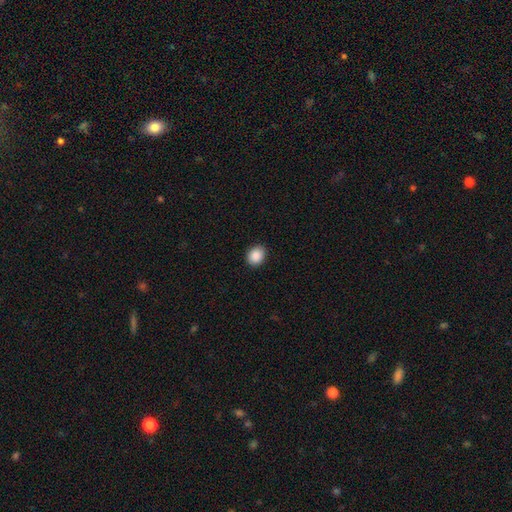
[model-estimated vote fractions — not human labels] This is clearly a smooth galaxy (90%). How rounded: possibly round (55%). Merging: clearly none (89%).